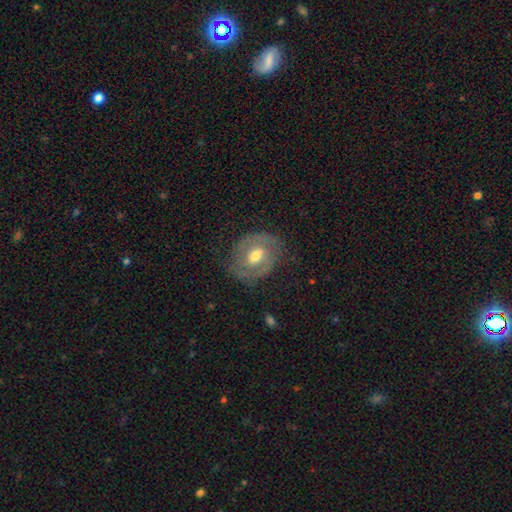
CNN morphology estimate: Smooth or featured? featured or disk (74%)
Edge-on disk? no (97%)
Bar? weak (47%)
Spiral arms? yes (81%)
Spiral winding? tight (54%)
Spiral arm count? 2 (76%)
Bulge size? moderate (73%)
Merging? none (76%)